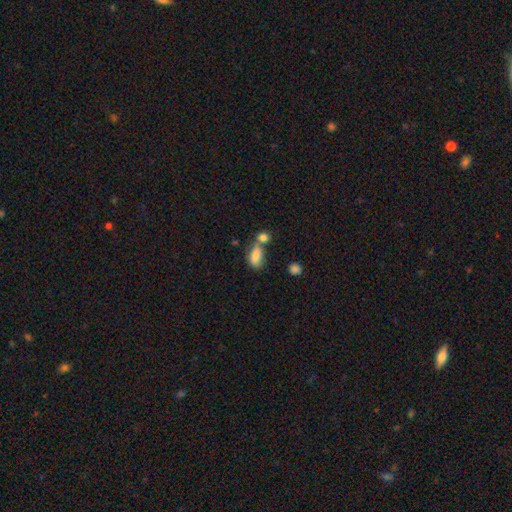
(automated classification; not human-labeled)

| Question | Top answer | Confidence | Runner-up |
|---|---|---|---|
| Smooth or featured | smooth | 82% | featured or disk (9%) |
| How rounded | in between | 86% | round (9%) |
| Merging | merger | 43% | none (36%) |